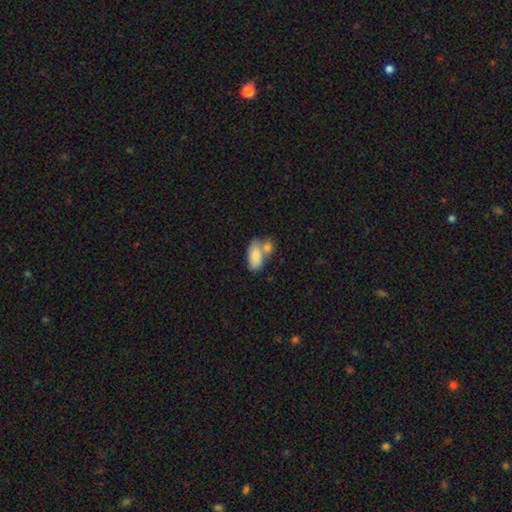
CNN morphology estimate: This is clearly a smooth galaxy (83%). How rounded: clearly in between (91%). Merging: possibly merger (48%).